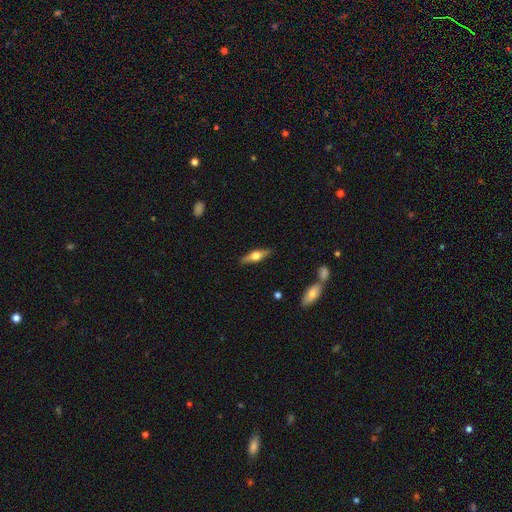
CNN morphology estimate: featured or disk 64%, smooth 31%, star or artifact 6%. Down the decision tree: edge-on disk — yes (95%); edge-on bulge — rounded (94%); merging — none (88%).